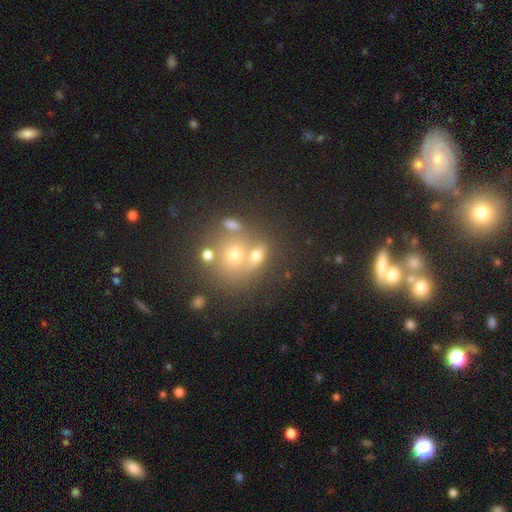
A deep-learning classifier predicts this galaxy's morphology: Smooth or featured? Predicted: smooth (p=0.64). How rounded? Predicted: round (p=0.57). Merging? Predicted: none (p=0.42).